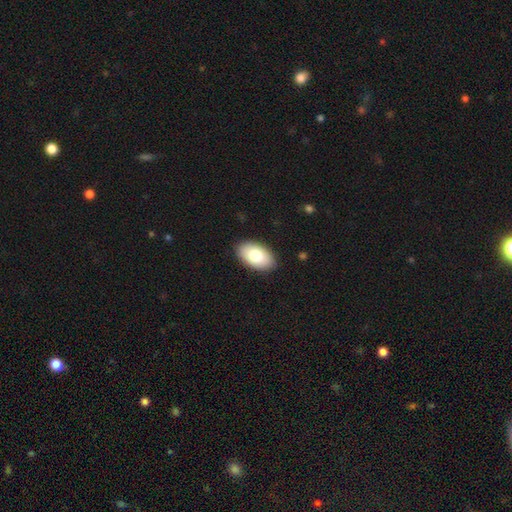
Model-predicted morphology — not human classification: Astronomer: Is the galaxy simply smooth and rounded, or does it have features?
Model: smooth — 79%.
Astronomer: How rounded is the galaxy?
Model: in between — 95%.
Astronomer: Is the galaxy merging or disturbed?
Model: none — 89%.